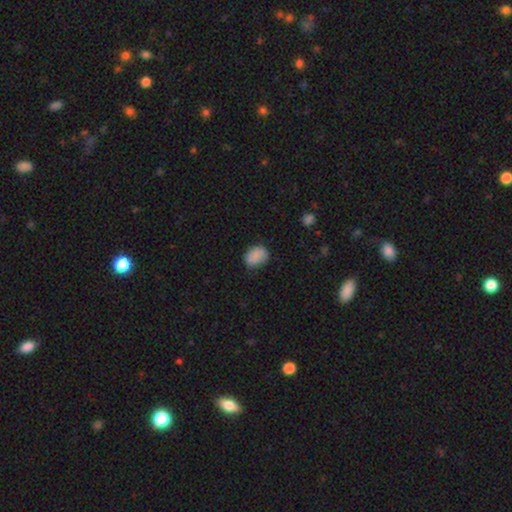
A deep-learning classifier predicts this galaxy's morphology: This is clearly a smooth galaxy (85%). How rounded: likely in between (68%). Merging: likely none (70%).